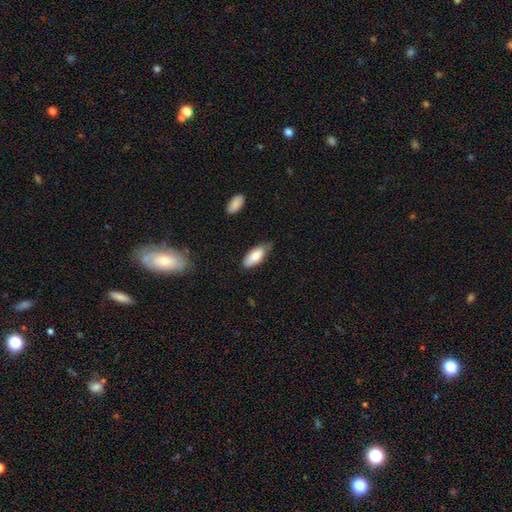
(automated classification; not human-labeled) smooth 84%, featured or disk 10%, star or artifact 6%. Down the decision tree: how rounded — in between (84%); merging — none (65%).